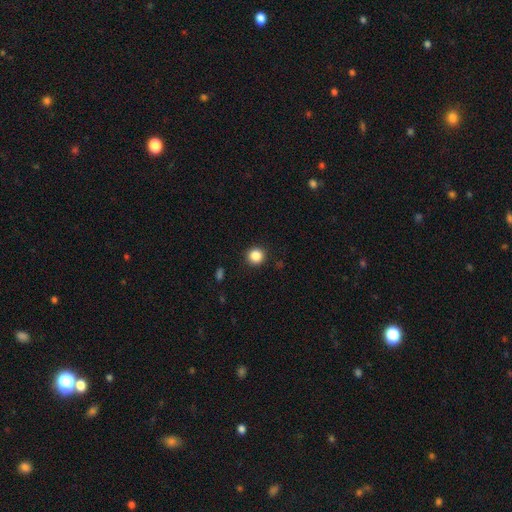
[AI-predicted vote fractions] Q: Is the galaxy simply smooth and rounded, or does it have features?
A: smooth — 86%.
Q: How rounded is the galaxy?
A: round — 93%.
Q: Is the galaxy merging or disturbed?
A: none — 91%.